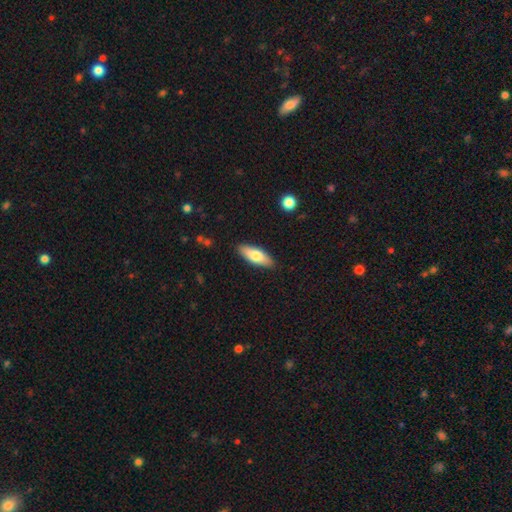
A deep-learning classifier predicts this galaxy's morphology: A smooth galaxy with no disk features (72%) that is in between round and cigar-shaped (70%).

Vote fractions:
- Smooth or featured? smooth: 72% / featured or disk: 22% / star or artifact: 6%
- How rounded? in between: 70% / cigar-shaped: 28% / round: 2%
- Merging? none: 88% / minor disturbance: 9% / major disturbance: 2% / merger: 1%